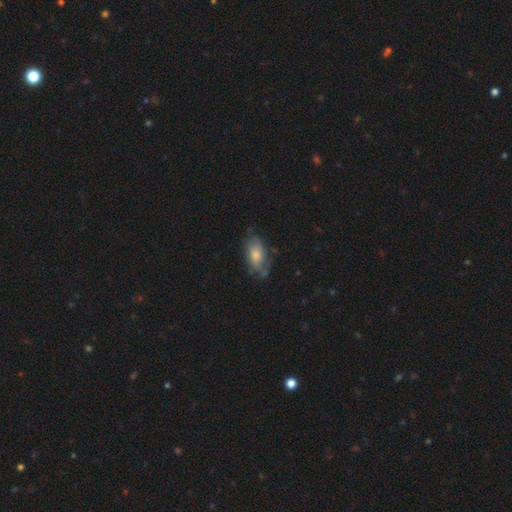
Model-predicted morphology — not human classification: type=smooth (54%); roundness=in between (87%); merging=none (62%).